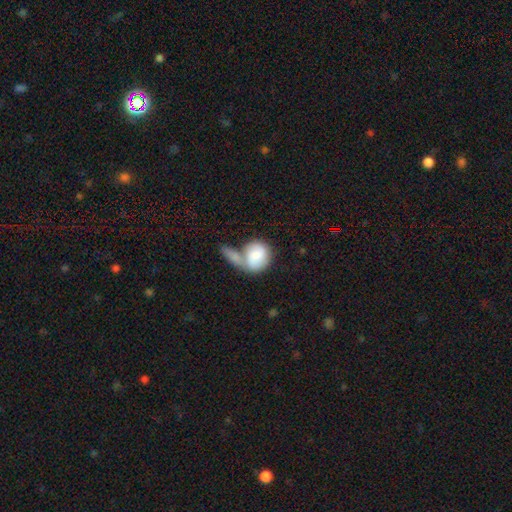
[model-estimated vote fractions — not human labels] Overall: smooth (77%). How rounded: round (65%; in between 33%). Merging: merger (58%; none 22%).